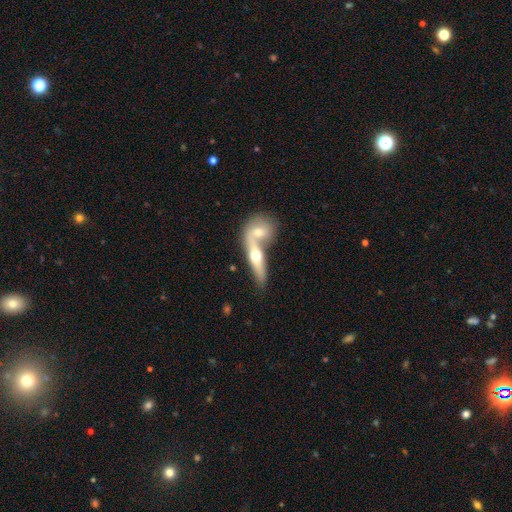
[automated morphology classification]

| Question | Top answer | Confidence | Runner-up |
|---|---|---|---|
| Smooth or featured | smooth | 49% | featured or disk (46%) |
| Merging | merger | 60% | none (30%) |